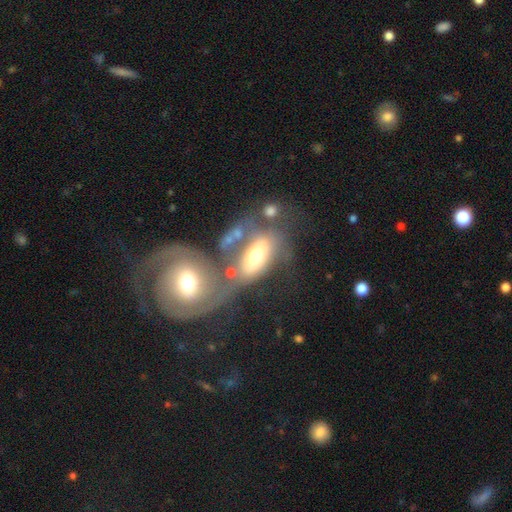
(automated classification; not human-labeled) A featured or disk galaxy (53%). Merging: merger (59%).